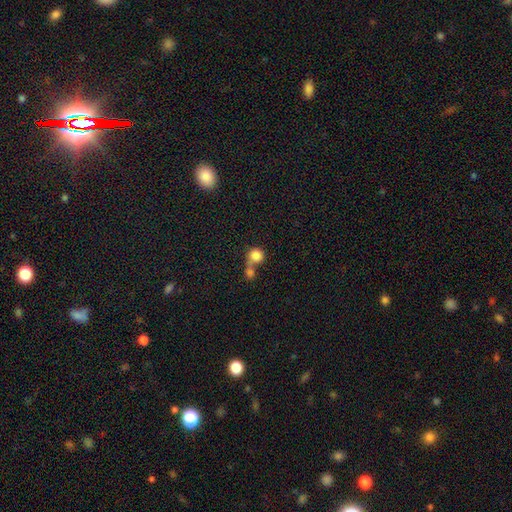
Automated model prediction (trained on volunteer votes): Smooth or featured? smooth (82%)
How rounded? round (84%)
Merging? merger (58%)